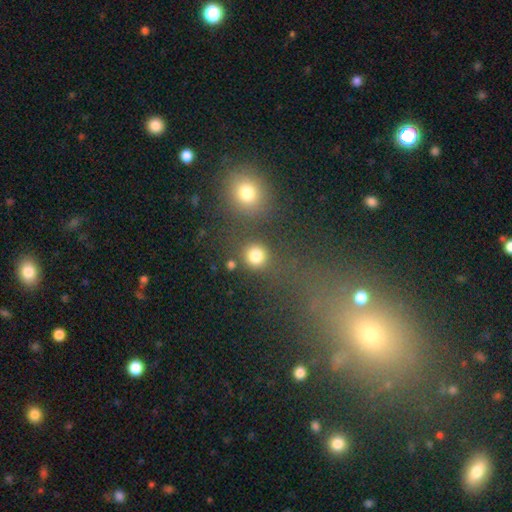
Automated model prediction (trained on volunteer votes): smooth_or_featured: smooth (p=0.80) [alt: star or artifact p=0.14]
how_rounded: round (p=0.87) [alt: in between p=0.11]
merging: none (p=0.74) [alt: merger p=0.13]